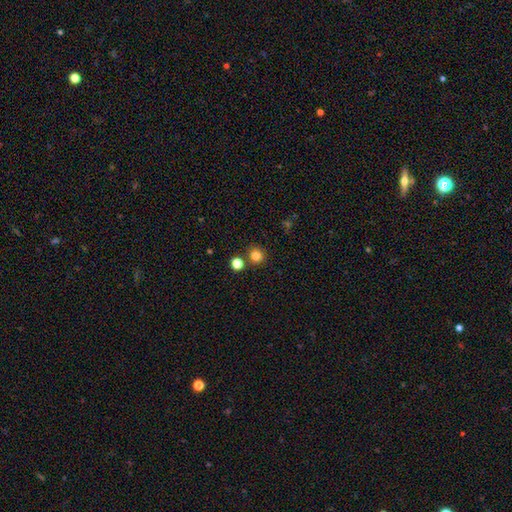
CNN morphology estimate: Smooth or featured? Predicted: smooth (p=0.82). How rounded? Predicted: round (p=0.88). Merging? Predicted: none (p=0.80).